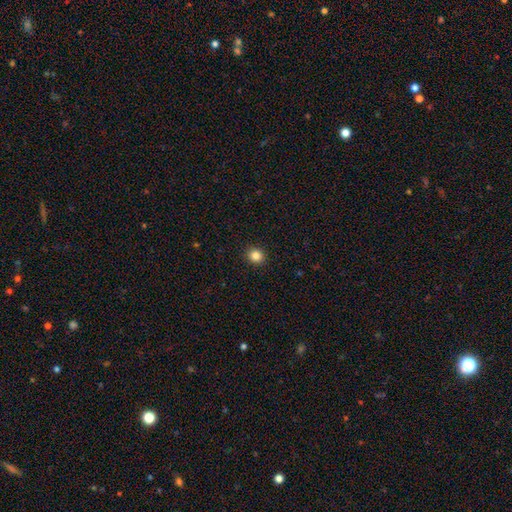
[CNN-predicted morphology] Q: Smooth or featured?
A: smooth (84%); runner-up: star or artifact (11%)
Q: How rounded?
A: round (79%); runner-up: in between (21%)
Q: Merging?
A: none (92%); runner-up: minor disturbance (5%)